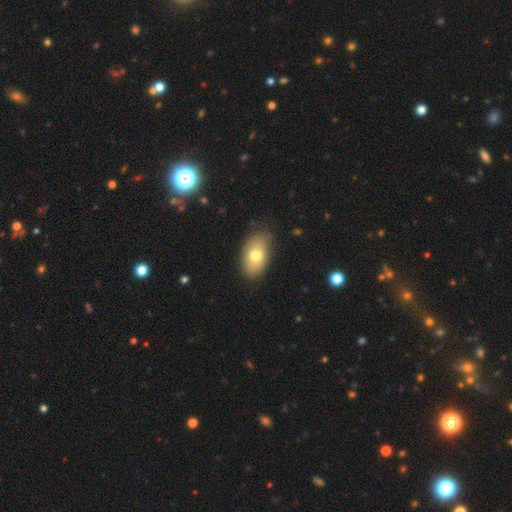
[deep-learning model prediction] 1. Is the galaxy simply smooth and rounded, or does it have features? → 73% smooth, 20% featured or disk, 7% star or artifact.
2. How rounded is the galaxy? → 91% in between, 7% round, 2% cigar-shaped.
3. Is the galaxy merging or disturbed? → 79% none, 16% minor disturbance, 3% major disturbance, 1% merger.